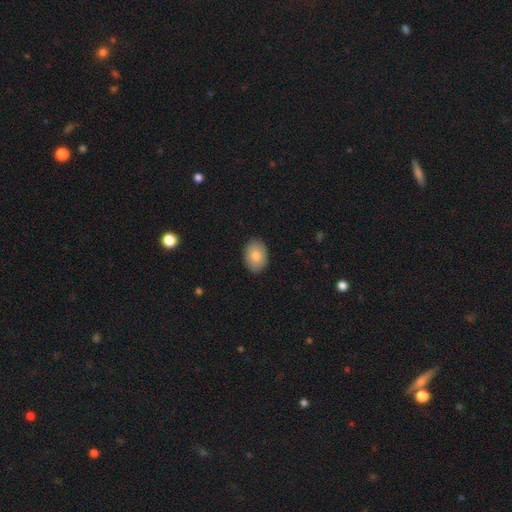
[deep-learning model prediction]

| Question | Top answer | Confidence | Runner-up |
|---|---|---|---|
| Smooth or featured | smooth | 84% | featured or disk (10%) |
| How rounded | in between | 79% | round (20%) |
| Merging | none | 88% | minor disturbance (9%) |